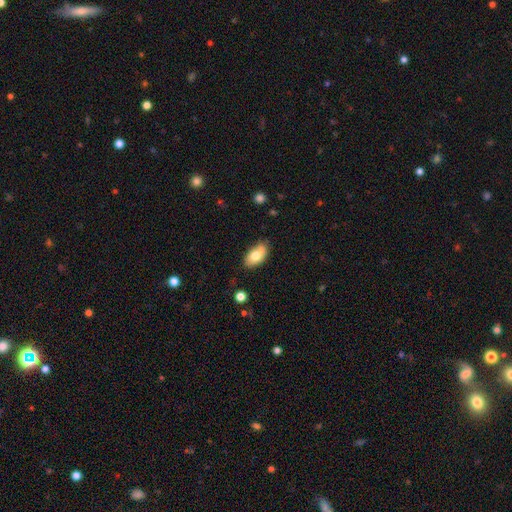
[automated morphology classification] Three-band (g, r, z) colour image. It shows a smooth galaxy with no disk features (75%) that is in between round and cigar-shaped (93%). Merging: none (76%).